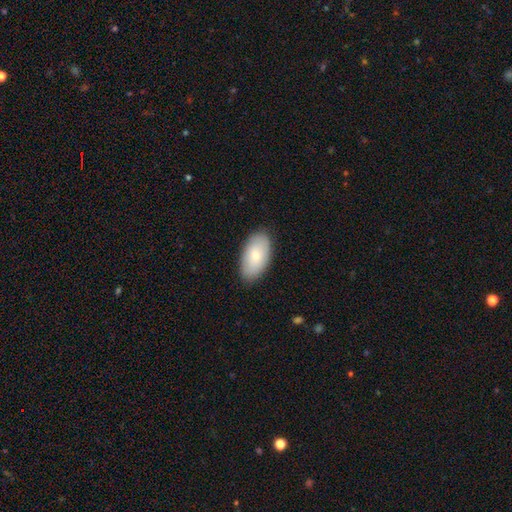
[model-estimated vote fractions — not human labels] This is likely a smooth galaxy (74%). How rounded: clearly in between (95%). Merging: clearly none (86%).